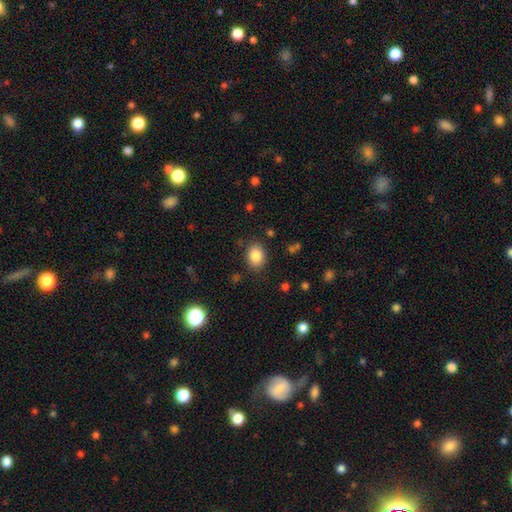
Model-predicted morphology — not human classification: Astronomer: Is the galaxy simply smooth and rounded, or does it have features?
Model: smooth — 86%.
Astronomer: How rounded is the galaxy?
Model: in between — 67%.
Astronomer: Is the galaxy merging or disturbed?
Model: none — 84%.